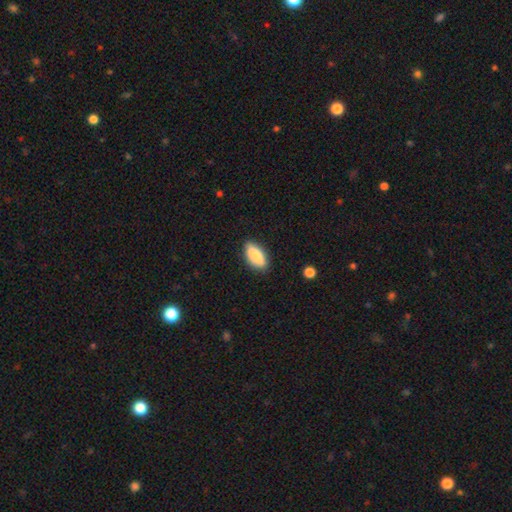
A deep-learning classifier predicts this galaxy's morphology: Smooth or featured? Predicted: smooth (p=0.81). How rounded? Predicted: in between (p=0.87). Merging? Predicted: none (p=0.86).